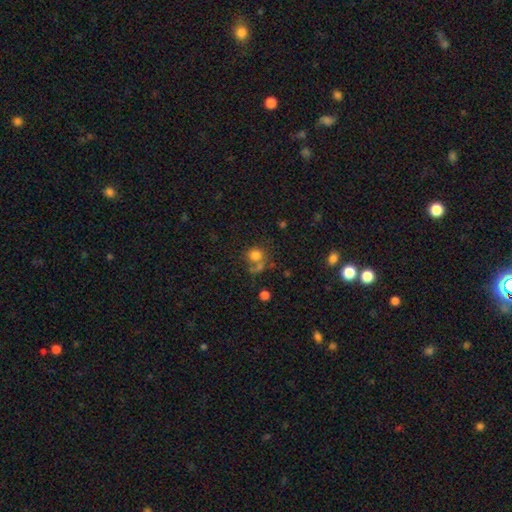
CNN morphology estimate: Smooth or featured? Predicted: smooth (p=0.76). How rounded? Predicted: round (p=0.81). Merging? Predicted: none (p=0.43).